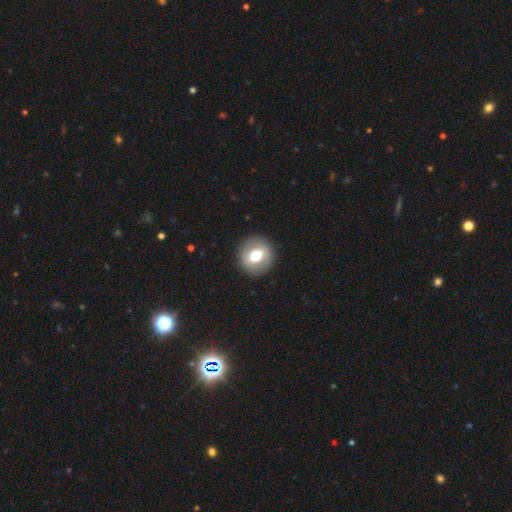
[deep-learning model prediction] A smooth galaxy with no disk features (61%) that is round (87%).

Vote fractions:
- Smooth or featured? smooth: 61% / featured or disk: 31% / star or artifact: 8%
- How rounded? round: 87% / in between: 12% / cigar-shaped: 1%
- Merging? none: 91% / minor disturbance: 6% / major disturbance: 2% / merger: 1%